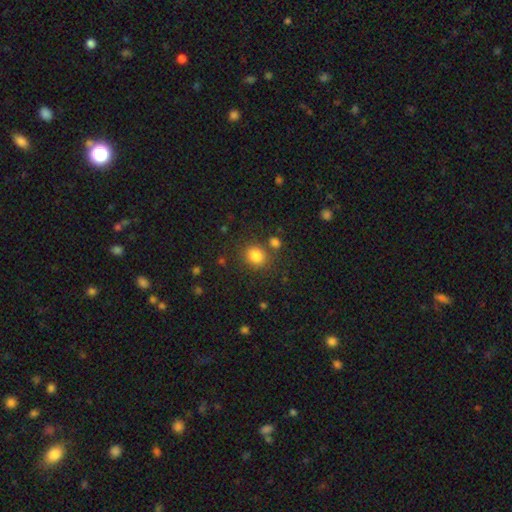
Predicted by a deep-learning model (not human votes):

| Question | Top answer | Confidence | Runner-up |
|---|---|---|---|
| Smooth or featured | smooth | 83% | star or artifact (11%) |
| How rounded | round | 76% | in between (24%) |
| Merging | none | 76% | minor disturbance (10%) |